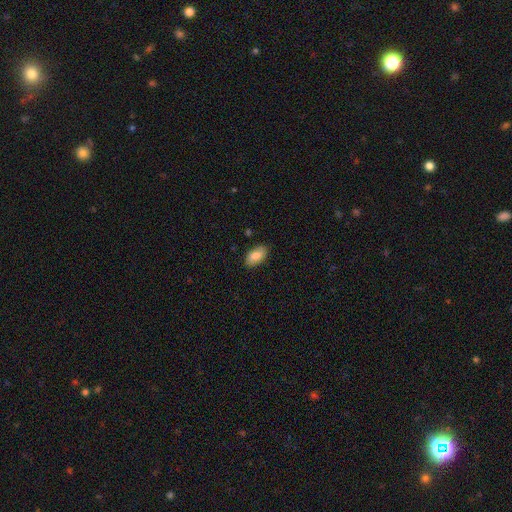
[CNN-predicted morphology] The model was most divided on "merging": none: 85%, minor disturbance: 12%, major disturbance: 2%, merger: 1%. More confident: how rounded — in between (93%); smooth or featured — smooth (83%).